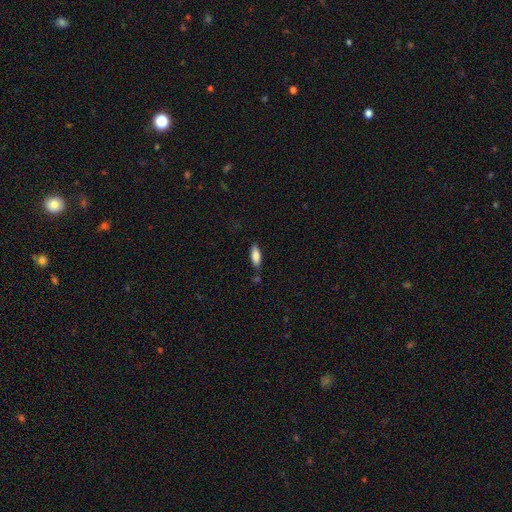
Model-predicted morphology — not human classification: A smooth galaxy with no disk features (80%) that is in between round and cigar-shaped (63%).

Vote fractions:
- Smooth or featured? smooth: 80% / featured or disk: 13% / star or artifact: 7%
- How rounded? in between: 63% / cigar-shaped: 35% / round: 2%
- Merging? none: 76% / minor disturbance: 15% / merger: 5% / major disturbance: 3%